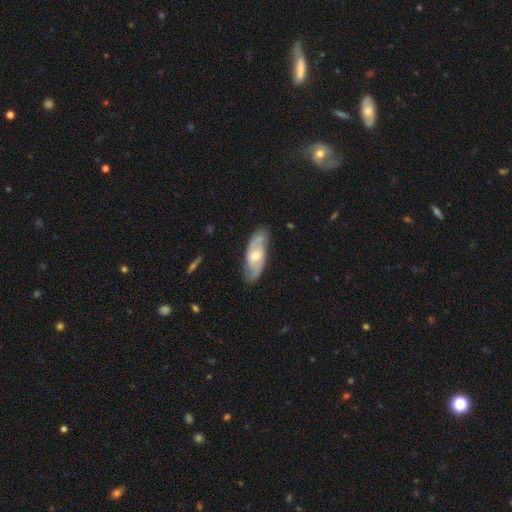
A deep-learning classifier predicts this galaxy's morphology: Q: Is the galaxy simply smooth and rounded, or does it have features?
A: featured or disk — 66%.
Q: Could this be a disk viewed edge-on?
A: no — 85%.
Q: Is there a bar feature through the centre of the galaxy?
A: no — 52%.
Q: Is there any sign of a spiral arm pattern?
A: yes — 79%.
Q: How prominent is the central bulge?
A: moderate — 64%.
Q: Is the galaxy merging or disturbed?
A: none — 78%.